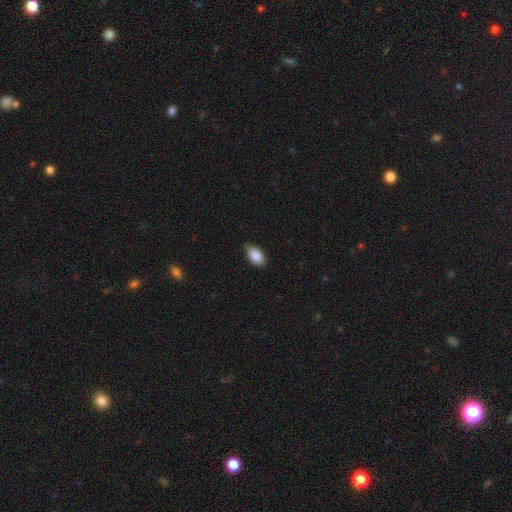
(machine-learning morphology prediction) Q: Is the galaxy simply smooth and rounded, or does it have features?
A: smooth — 89%.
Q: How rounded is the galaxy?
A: in between — 93%.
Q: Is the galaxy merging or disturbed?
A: none — 76%.